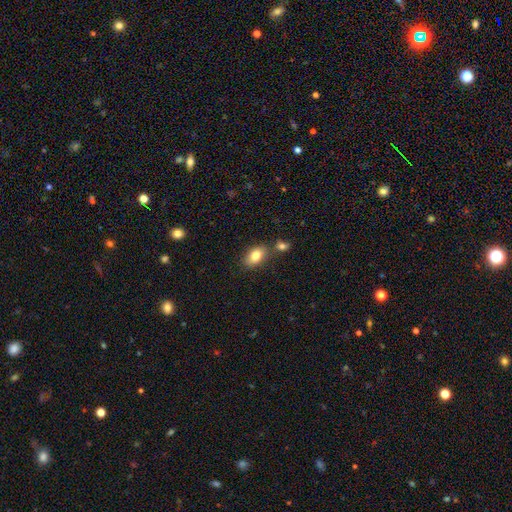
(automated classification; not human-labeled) smooth-or-featured: smooth: 80% | featured or disk: 12% | star or artifact: 8%
  how-rounded: in between: 88% | round: 10% | cigar-shaped: 2%
  merging: none: 70% | merger: 15% | minor disturbance: 13% | major disturbance: 3%